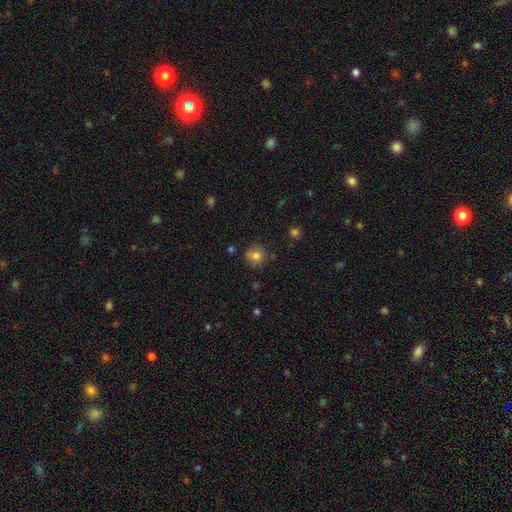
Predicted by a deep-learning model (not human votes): A smooth galaxy with no disk features (79%) that is round (85%).

Vote fractions:
- Smooth or featured? smooth: 79% / star or artifact: 12% / featured or disk: 9%
- How rounded? round: 85% / in between: 14% / cigar-shaped: 1%
- Merging? none: 76% / minor disturbance: 17% / major disturbance: 4% / merger: 4%